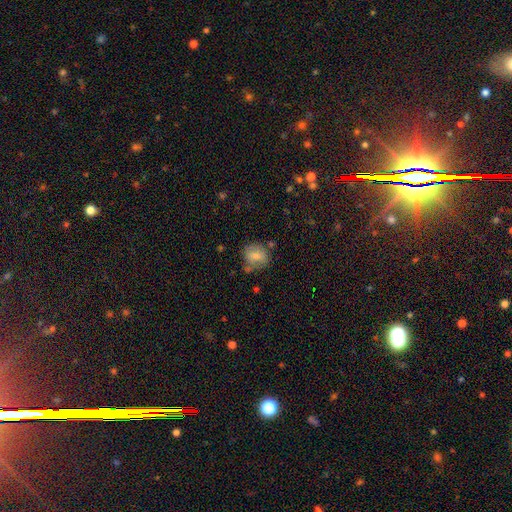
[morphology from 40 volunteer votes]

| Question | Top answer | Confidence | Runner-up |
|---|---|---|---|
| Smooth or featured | smooth | 65% | featured or disk (28%) |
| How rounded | round | 62% | in between (35%) |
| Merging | none | 73% | minor disturbance (14%) |